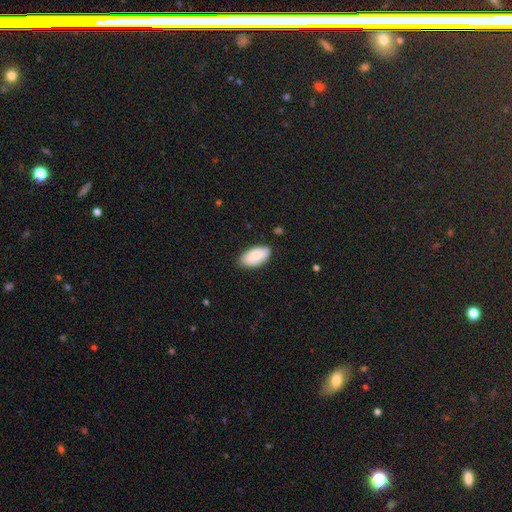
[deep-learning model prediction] Smooth or featured? smooth (80%)
How rounded? in between (95%)
Merging? none (75%)